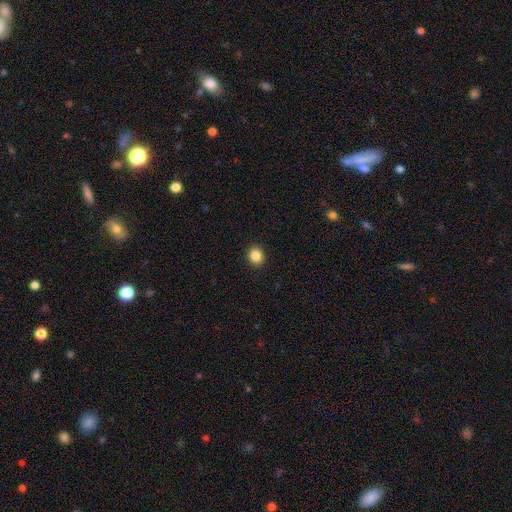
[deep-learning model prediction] Smooth or featured? smooth (86%)
How rounded? round (66%)
Merging? none (92%)